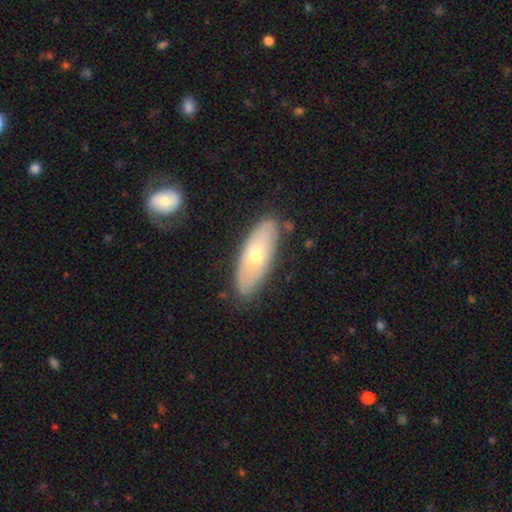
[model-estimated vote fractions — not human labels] smooth_or_featured: smooth (p=0.58) [alt: featured or disk p=0.36]
how_rounded: in between (p=0.71) [alt: cigar-shaped p=0.26]
merging: none (p=0.81) [alt: minor disturbance p=0.13]